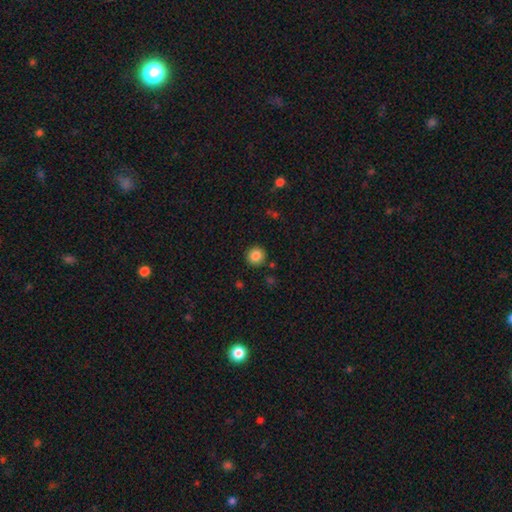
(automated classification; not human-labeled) This is clearly a smooth galaxy (86%). How rounded: clearly round (93%). Merging: clearly none (90%).